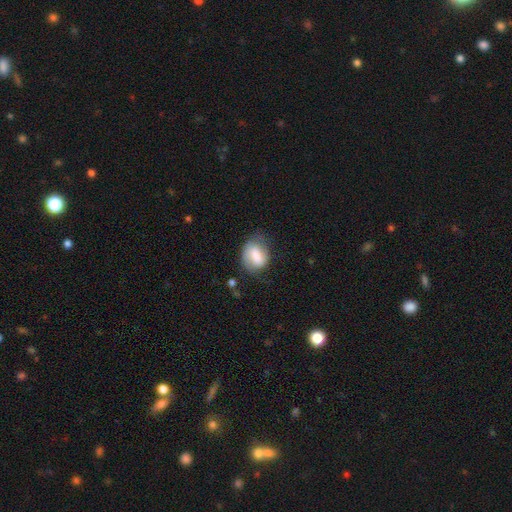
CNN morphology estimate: smooth 64%, featured or disk 28%, star or artifact 8%. Down the decision tree: how rounded — in between (69%); merging — none (52%).